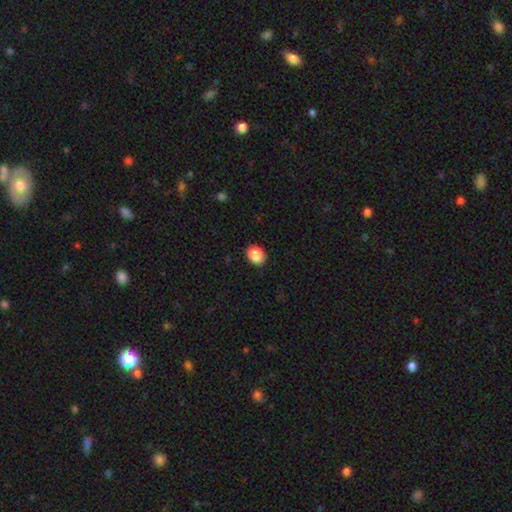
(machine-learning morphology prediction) Smooth or featured? Predicted: smooth (p=0.86). How rounded? Predicted: in between (p=0.55). Merging? Predicted: none (p=0.85).